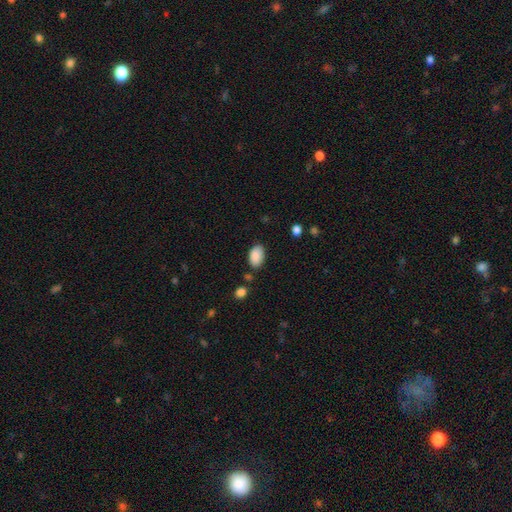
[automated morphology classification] Smooth or featured? smooth (89%)
How rounded? in between (92%)
Merging? none (77%)